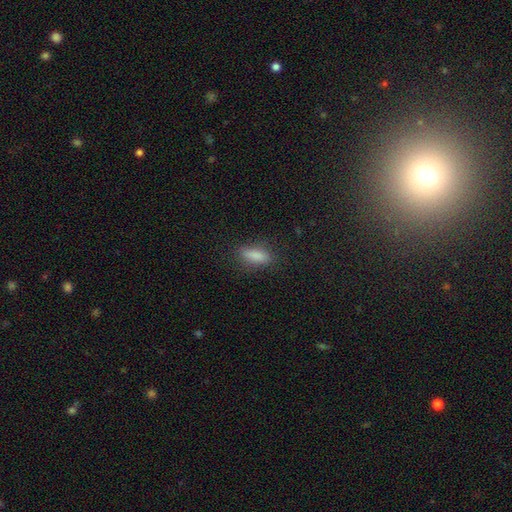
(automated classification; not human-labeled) Q: Smooth or featured?
A: smooth (83%); runner-up: star or artifact (9%)
Q: How rounded?
A: in between (54%); runner-up: cigar-shaped (44%)
Q: Merging?
A: none (83%); runner-up: minor disturbance (12%)